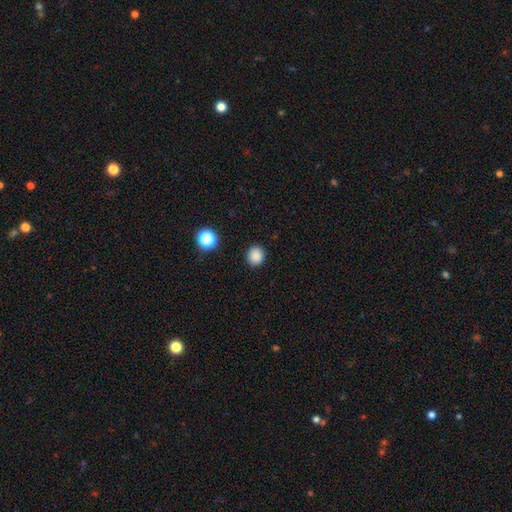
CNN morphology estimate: Smooth or featured: smooth — 86% (star or artifact — 11%)
How rounded: round — 80% (in between — 19%)
Merging: none — 90% (minor disturbance — 6%)